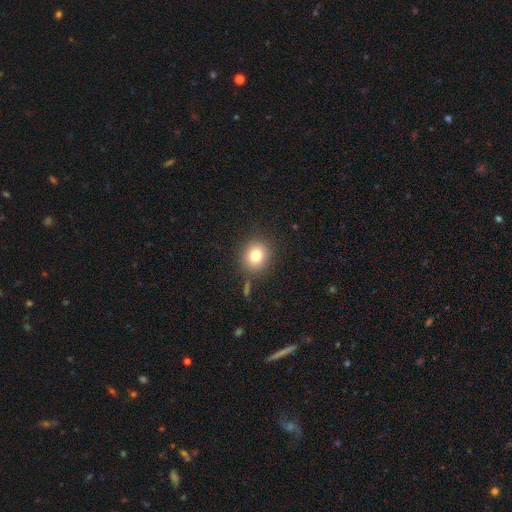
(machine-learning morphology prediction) Smooth or featured? smooth (80%)
How rounded? round (80%)
Merging? none (84%)